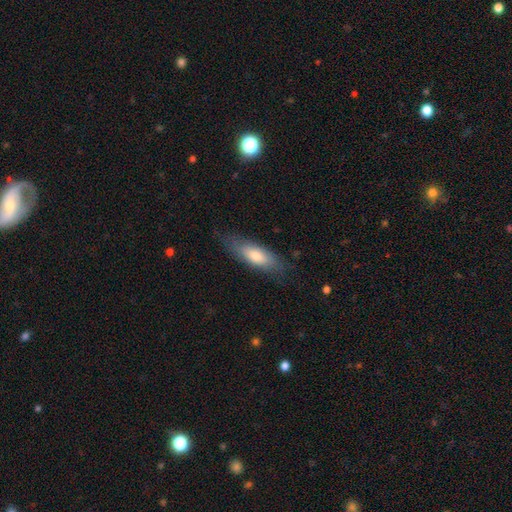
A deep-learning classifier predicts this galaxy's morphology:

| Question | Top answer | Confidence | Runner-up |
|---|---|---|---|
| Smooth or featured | smooth | 73% | featured or disk (21%) |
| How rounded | in between | 60% | cigar-shaped (38%) |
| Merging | none | 76% | minor disturbance (18%) |